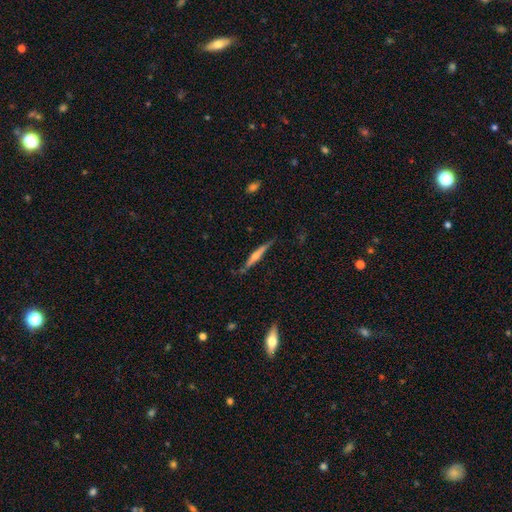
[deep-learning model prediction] This is possibly a featured or disk galaxy (59%). It is clearly viewed edge-on (96%). Edge-on bulge: likely rounded (71%). Merging: likely none (78%).